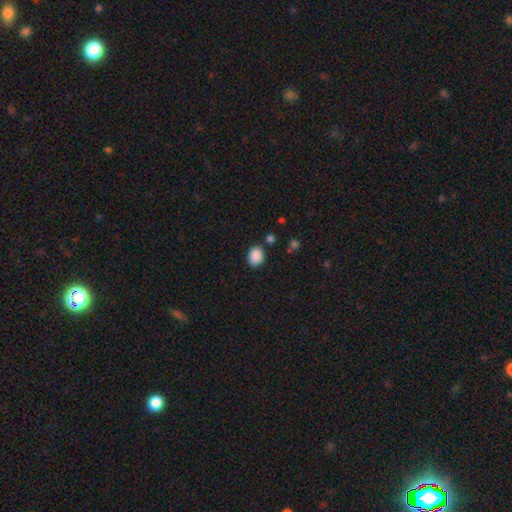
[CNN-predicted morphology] The model was most divided on "how rounded": in between: 67%, round: 32%, cigar-shaped: 1%. More confident: smooth or featured — smooth (89%); merging — none (83%).